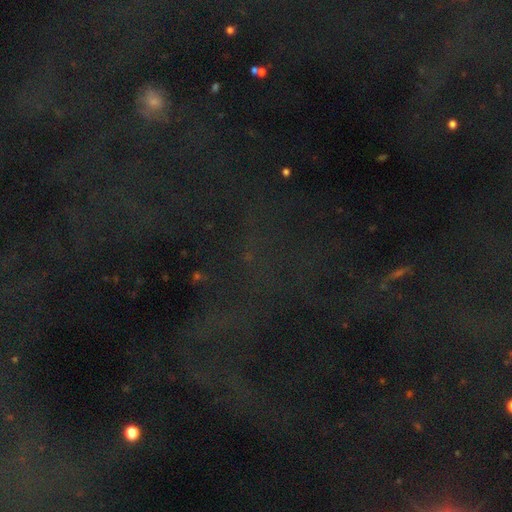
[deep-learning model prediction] smooth-or-featured: star or artifact: 74% | smooth: 14% | featured or disk: 12%